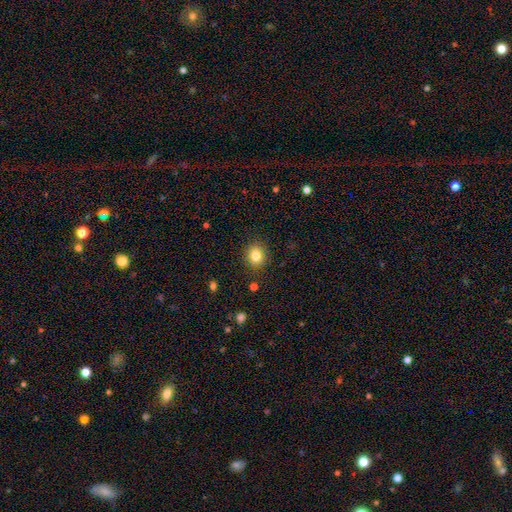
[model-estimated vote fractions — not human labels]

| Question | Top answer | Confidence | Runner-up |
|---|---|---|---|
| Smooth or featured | smooth | 82% | star or artifact (11%) |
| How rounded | round | 73% | in between (27%) |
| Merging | none | 89% | minor disturbance (8%) |